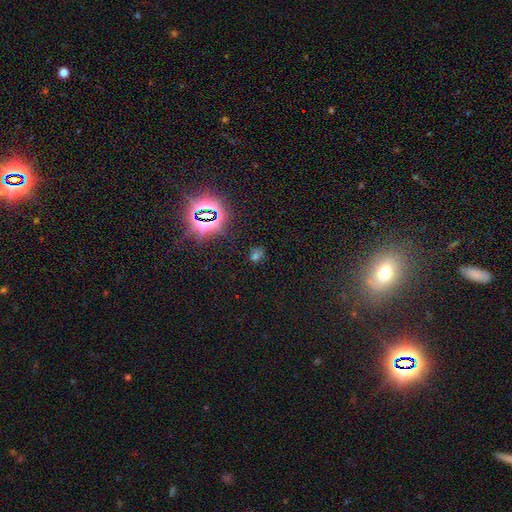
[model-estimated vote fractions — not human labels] Q: Smooth or featured?
A: star or artifact (54%); runner-up: smooth (37%)